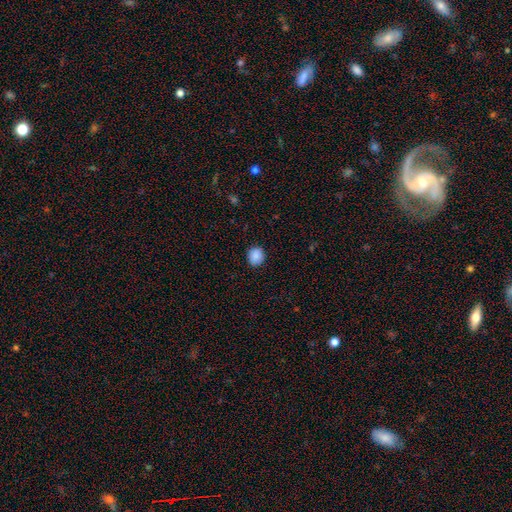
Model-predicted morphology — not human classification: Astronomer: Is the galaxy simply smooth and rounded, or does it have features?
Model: smooth — 88%.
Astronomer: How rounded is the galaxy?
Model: round — 79%.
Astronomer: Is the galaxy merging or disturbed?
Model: none — 89%.